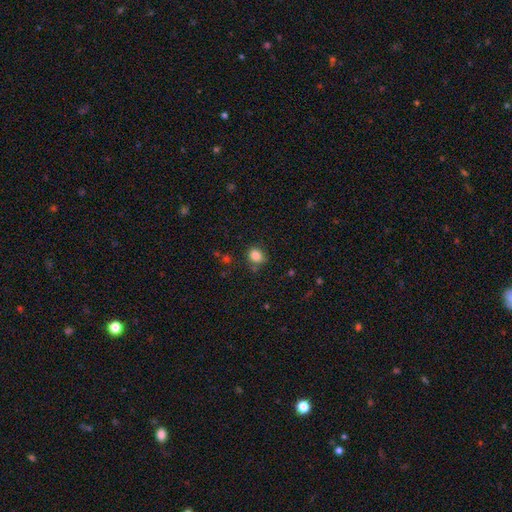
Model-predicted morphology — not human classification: This appears to be a smooth galaxy with no disk features (84%) that is round (68%). Merging: none (77%).